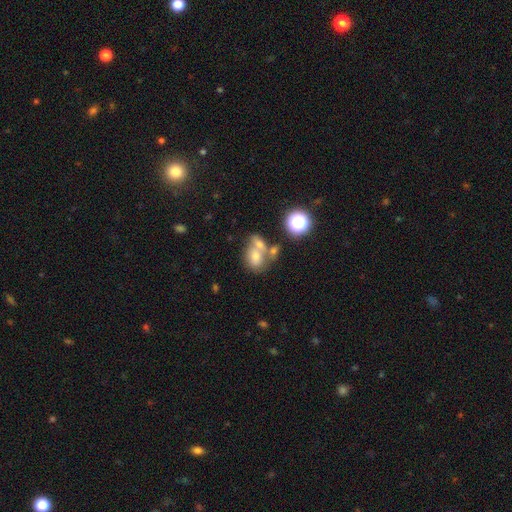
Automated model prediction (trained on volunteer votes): Smooth or featured? Predicted: smooth (p=0.62). How rounded? Predicted: in between (p=0.59). Merging? Predicted: merger (p=0.51).